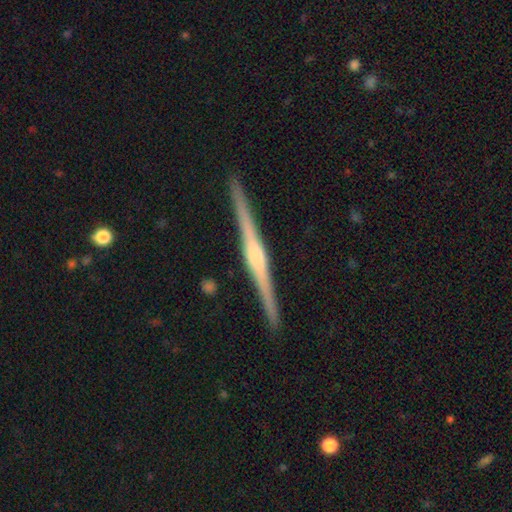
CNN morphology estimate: Smooth or featured?
  - featured or disk: 84% *
  - smooth: 11%
  - star or artifact: 5%
Edge-on disk?
  - yes: 99% *
  - no: 1%
Edge-on bulge?
  - rounded: 61% *
  - boxy: 27%
  - none: 13%
Merging?
  - none: 93% *
  - minor disturbance: 5%
  - major disturbance: 1%
  - merger: 1%